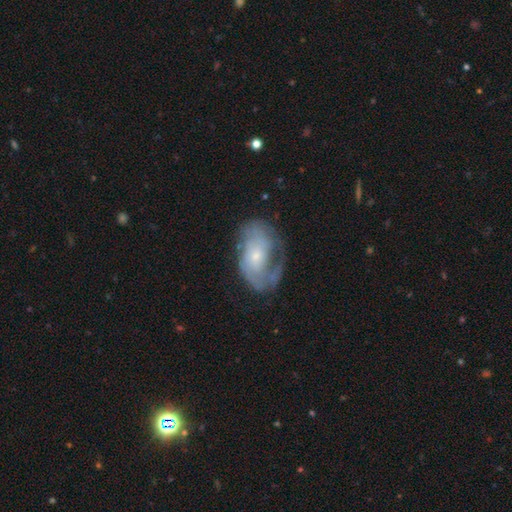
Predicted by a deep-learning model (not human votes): Smooth or featured? Predicted: featured or disk (p=0.74). Edge-on disk? Predicted: no (p=0.96). Bar? Predicted: no (p=0.70). Spiral arms? Predicted: yes (p=0.86). Spiral winding? Predicted: medium (p=0.39). Spiral arm count? Predicted: 2 (p=0.46). Bulge size? Predicted: small (p=0.71). Merging? Predicted: none (p=0.52).